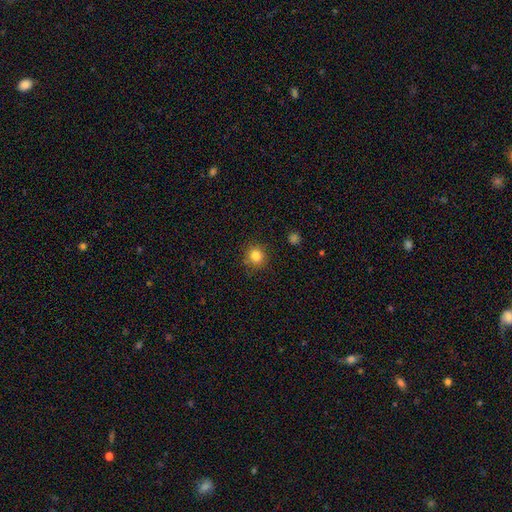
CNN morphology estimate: The model was most divided on "smooth or featured": smooth: 83%, star or artifact: 12%, featured or disk: 6%. More confident: how rounded — round (90%); merging — none (85%).